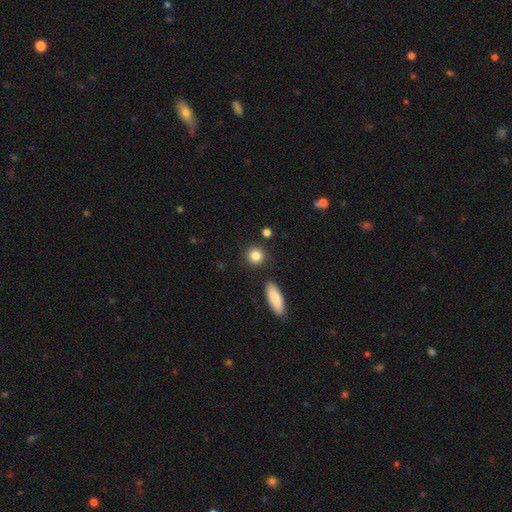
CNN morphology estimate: type=smooth (85%); roundness=round (87%); merging=none (86%).